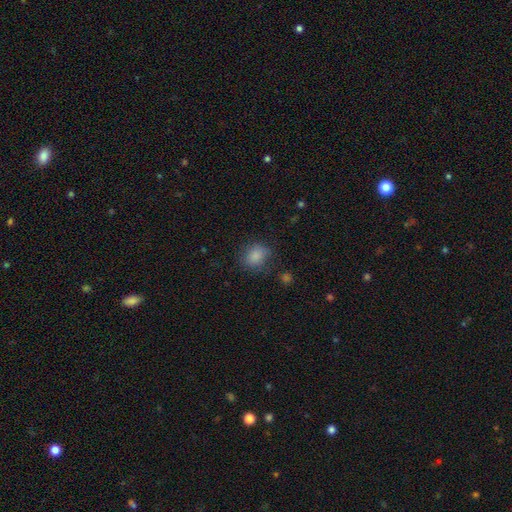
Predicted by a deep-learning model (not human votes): Smooth or featured? Predicted: smooth (p=0.85). How rounded? Predicted: in between (p=0.52). Merging? Predicted: none (p=0.74).